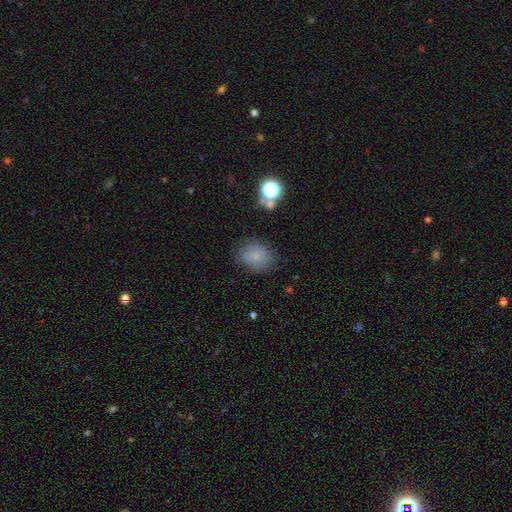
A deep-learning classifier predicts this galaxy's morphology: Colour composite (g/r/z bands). It shows a smooth galaxy with no disk features (73%) that is round (53%). Merging: none (73%).